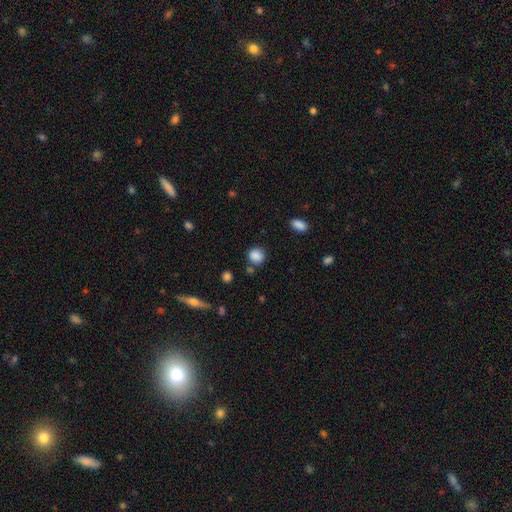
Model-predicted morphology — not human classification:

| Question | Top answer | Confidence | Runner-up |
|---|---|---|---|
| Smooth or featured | smooth | 87% | star or artifact (9%) |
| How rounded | round | 82% | in between (17%) |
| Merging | none | 79% | minor disturbance (12%) |